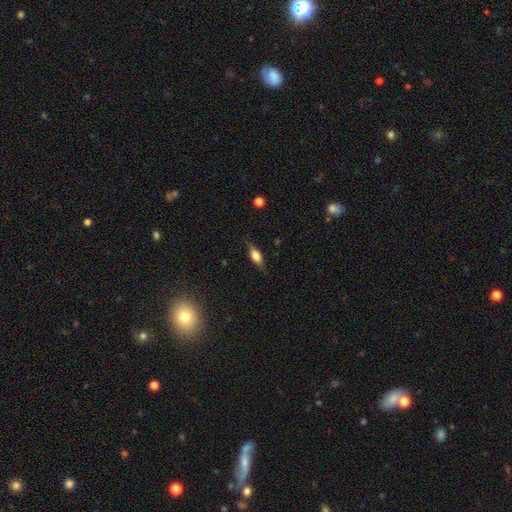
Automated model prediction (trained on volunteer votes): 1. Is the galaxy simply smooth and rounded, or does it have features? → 55% smooth, 37% featured or disk, 8% star or artifact.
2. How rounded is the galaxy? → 67% in between, 28% cigar-shaped, 5% round.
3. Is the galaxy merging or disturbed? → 79% none, 16% minor disturbance, 4% major disturbance, 1% merger.